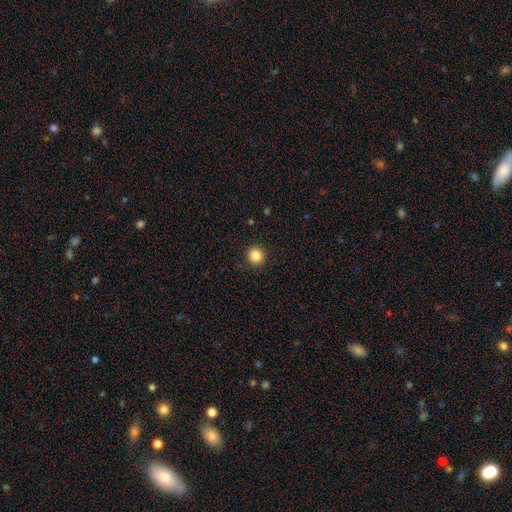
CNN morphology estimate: The model was most divided on "smooth or featured": smooth: 85%, star or artifact: 11%, featured or disk: 4%. More confident: how rounded — round (93%); merging — none (91%).